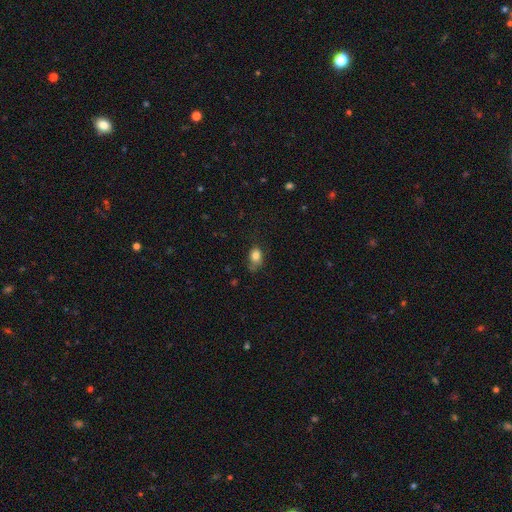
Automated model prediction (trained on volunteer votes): The model was most divided on "merging": none: 50%, minor disturbance: 35%, major disturbance: 13%, merger: 2%. More confident: smooth or featured — smooth (82%); how rounded — in between (73%).